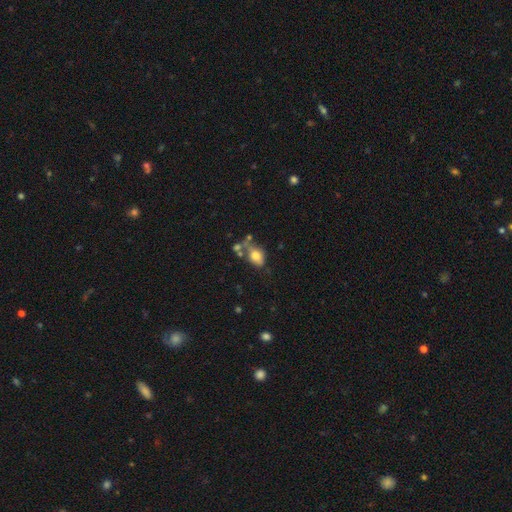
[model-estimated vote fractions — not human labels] Morphology: type=smooth (70%); roundness=in between (73%); merging=none (35%).